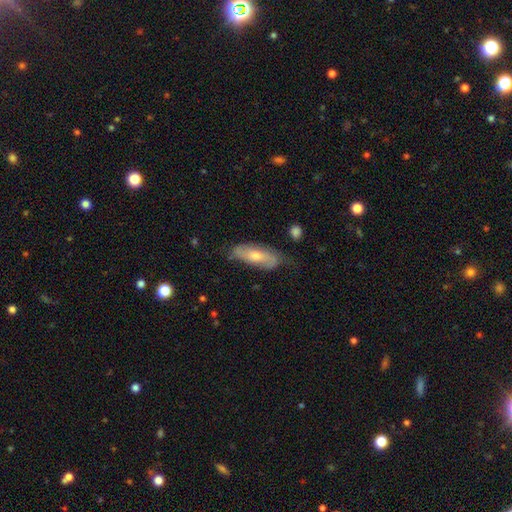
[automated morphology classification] smooth-or-featured: smooth: 47% | featured or disk: 46% | star or artifact: 7%
  merging: none: 64% | minor disturbance: 26% | major disturbance: 8% | merger: 2%